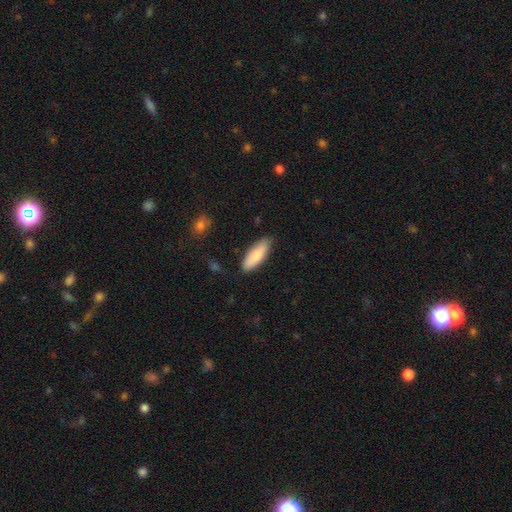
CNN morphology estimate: smooth 85%, featured or disk 9%, star or artifact 6%. Down the decision tree: how rounded — in between (60%); merging — none (83%).